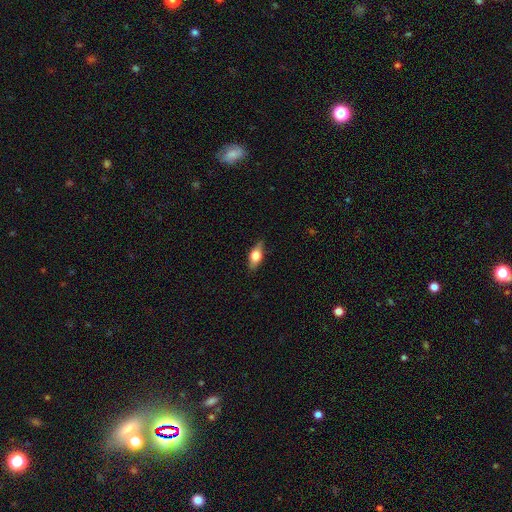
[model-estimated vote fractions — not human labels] Smooth or featured?
  - smooth: 59% *
  - featured or disk: 33%
  - star or artifact: 7%
How rounded?
  - in between: 78% *
  - cigar-shaped: 15%
  - round: 6%
Merging?
  - none: 81% *
  - minor disturbance: 15%
  - major disturbance: 3%
  - merger: 1%